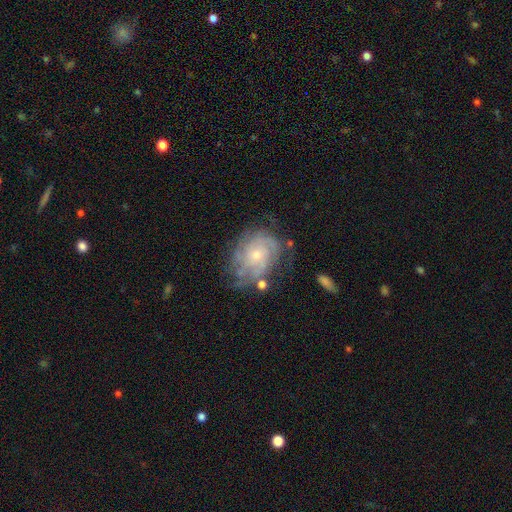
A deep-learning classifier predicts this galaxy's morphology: smooth_or_featured: featured or disk (p=0.80) [alt: smooth p=0.13]
disk_edge_on: no (p=0.97) [alt: yes p=0.03]
bar: no (p=0.78) [alt: weak p=0.19]
has_spiral_arms: yes (p=0.92) [alt: no p=0.08]
spiral_winding: tight (p=0.68) [alt: medium p=0.25]
spiral_arm_count: can't tell (p=0.42) [alt: 3 p=0.16]
bulge_size: small (p=0.63) [alt: moderate p=0.32]
merging: none (p=0.63) [alt: minor disturbance p=0.21]